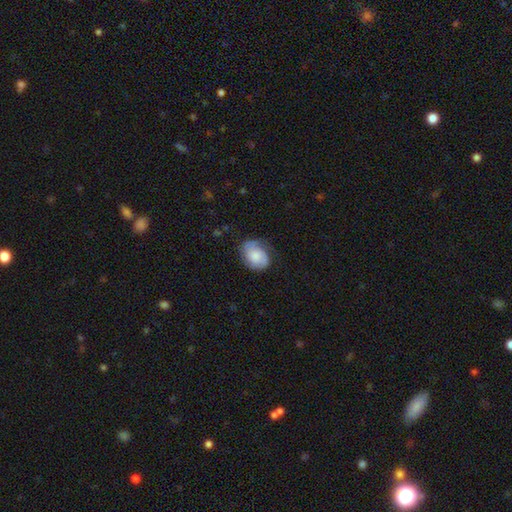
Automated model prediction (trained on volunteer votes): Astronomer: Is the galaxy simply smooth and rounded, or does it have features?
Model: smooth — 51% (runner-up: featured or disk, 41%).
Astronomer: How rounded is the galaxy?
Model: in between — 65%.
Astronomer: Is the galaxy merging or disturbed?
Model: none — 61%.